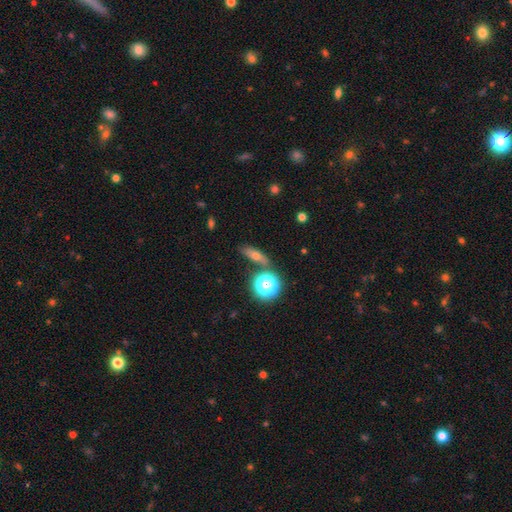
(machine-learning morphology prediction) smooth-or-featured: smooth: 50% | featured or disk: 26% | star or artifact: 24%
  how-rounded: cigar-shaped: 45% | in between: 34% | round: 21%
  merging: none: 77% | minor disturbance: 11% | merger: 8% | major disturbance: 4%